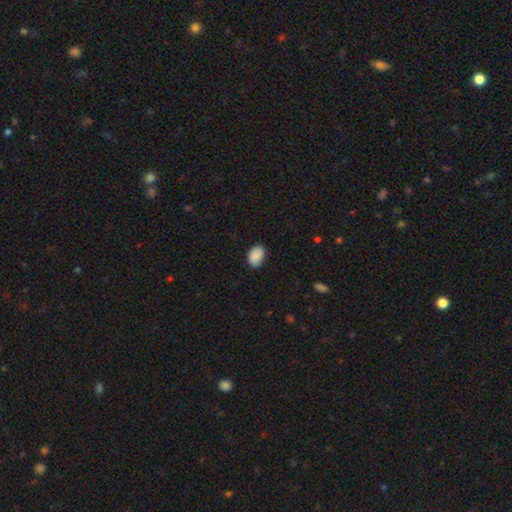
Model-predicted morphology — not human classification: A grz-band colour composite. It shows a smooth galaxy with no disk features (89%) that is in between round and cigar-shaped (81%). Merging: none (82%).